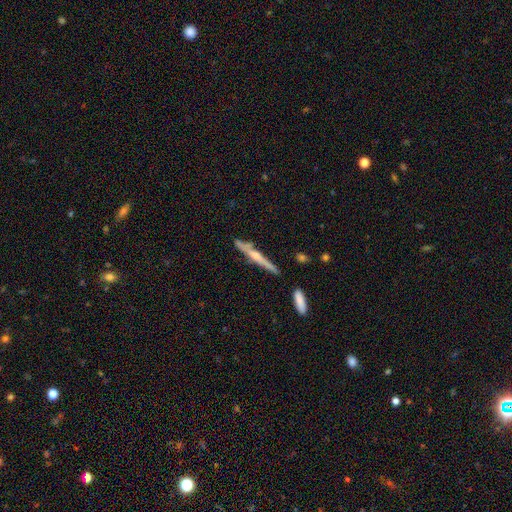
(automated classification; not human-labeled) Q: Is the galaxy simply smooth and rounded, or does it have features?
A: featured or disk — 66%.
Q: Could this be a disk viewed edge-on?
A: yes — 95%.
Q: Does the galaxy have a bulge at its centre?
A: rounded — 71%.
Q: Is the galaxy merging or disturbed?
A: none — 78%.